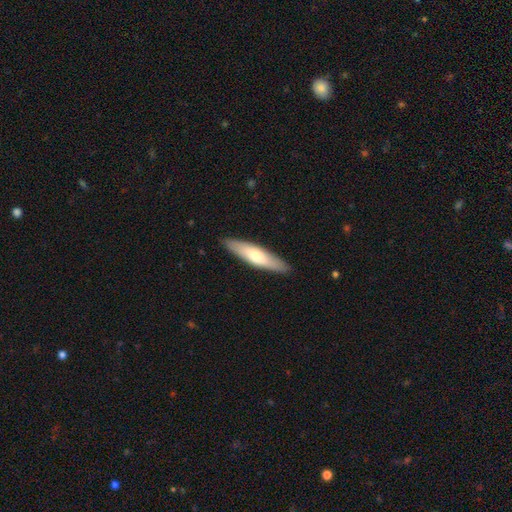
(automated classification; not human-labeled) Overall: smooth (62%; featured or disk 34%). How rounded: cigar-shaped (76%). Merging: none (90%).